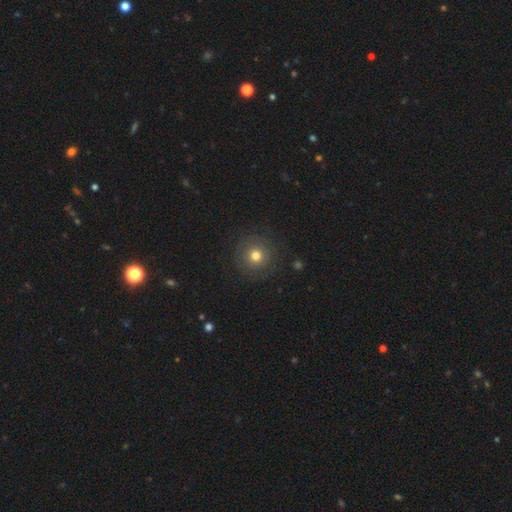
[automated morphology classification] This is likely a smooth galaxy (71%). How rounded: clearly round (95%). Merging: clearly none (87%).